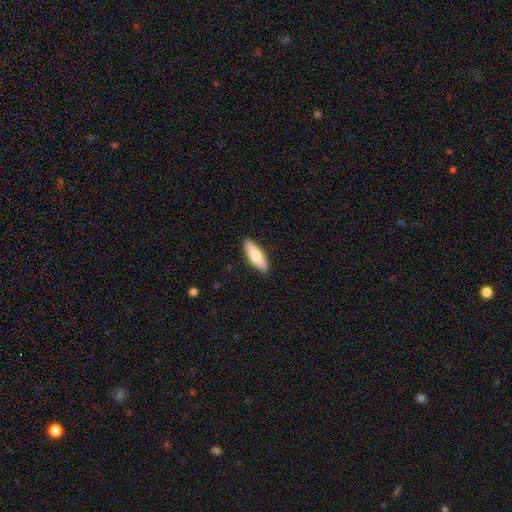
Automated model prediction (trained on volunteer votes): Smooth or featured? Predicted: smooth (p=0.77). How rounded? Predicted: cigar-shaped (p=0.52). Merging? Predicted: none (p=0.89).